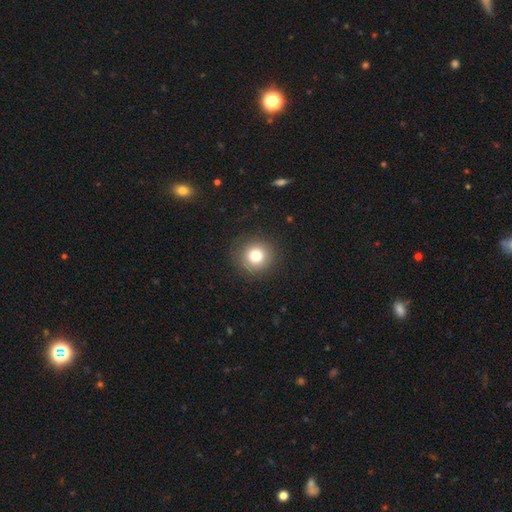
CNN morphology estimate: Smooth or featured: smooth — 80% (star or artifact — 11%)
How rounded: round — 93% (in between — 6%)
Merging: none — 89% (minor disturbance — 7%)